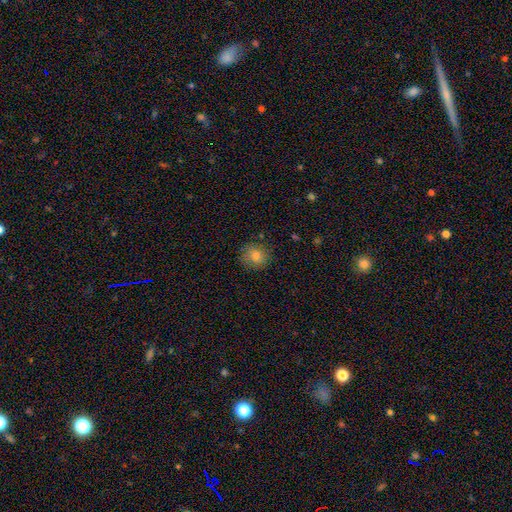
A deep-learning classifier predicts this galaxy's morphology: This is likely a smooth galaxy (79%). How rounded: clearly round (81%). Merging: clearly none (82%).